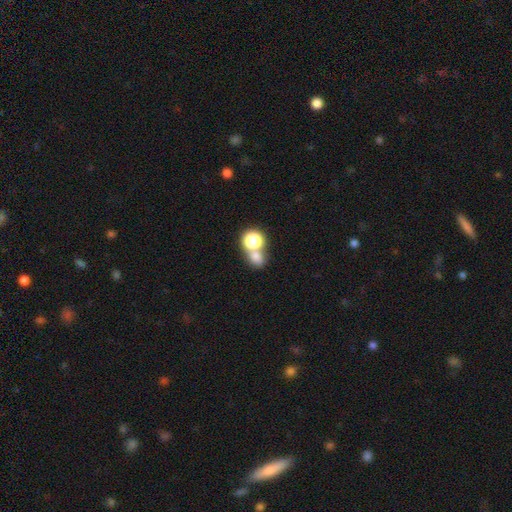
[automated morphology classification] This appears to be a smooth galaxy with no disk features (71%) that is round (65%). Merging: merger (49%).